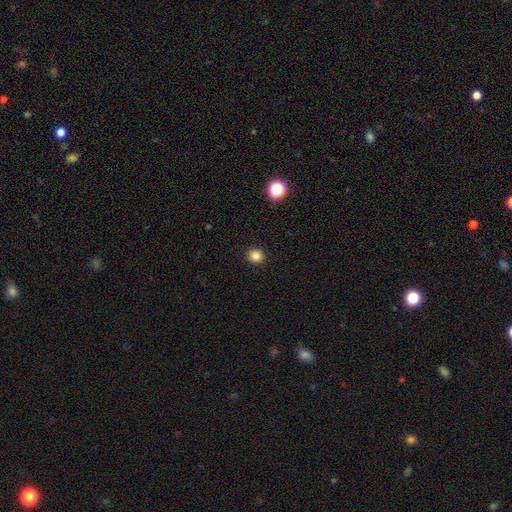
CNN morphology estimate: The model was most divided on "smooth or featured": smooth: 84%, star or artifact: 12%, featured or disk: 4%. More confident: merging — none (92%); how rounded — round (87%).